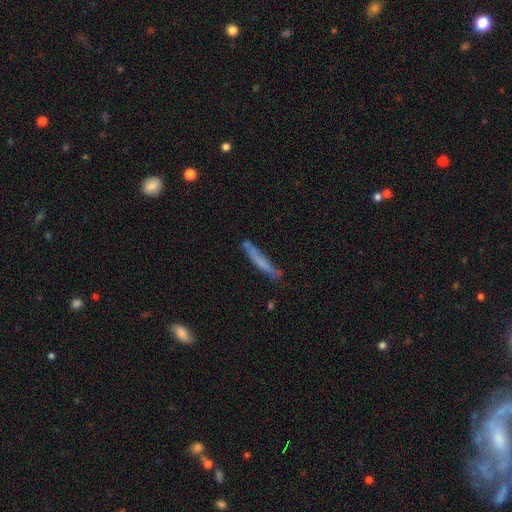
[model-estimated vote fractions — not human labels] Smooth or featured?
  - smooth: 60% *
  - featured or disk: 32%
  - star or artifact: 8%
How rounded?
  - cigar-shaped: 93% *
  - in between: 5%
  - round: 2%
Merging?
  - none: 67% *
  - minor disturbance: 21%
  - major disturbance: 6%
  - merger: 6%